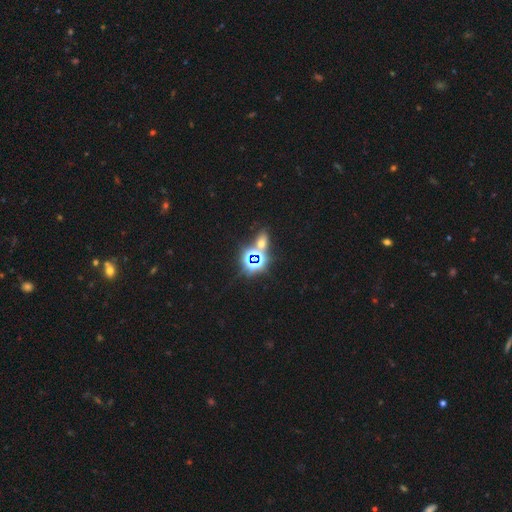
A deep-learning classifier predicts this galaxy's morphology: Smooth or featured: star or artifact — 71% (smooth — 19%)